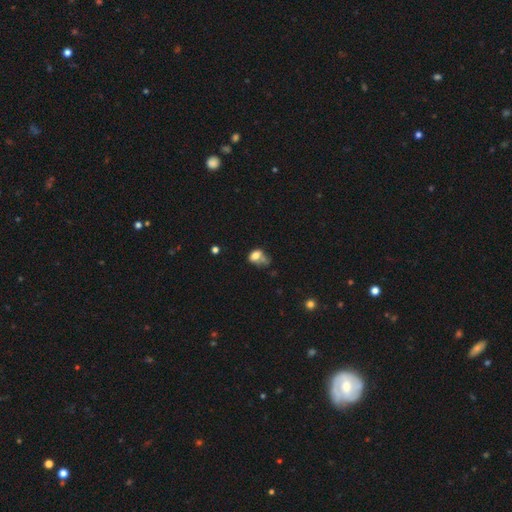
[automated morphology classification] The model was most divided on "merging": major disturbance: 27%, minor disturbance: 25%, merger: 24%, none: 23%. More confident: how rounded — in between (71%); smooth or featured — smooth (69%).